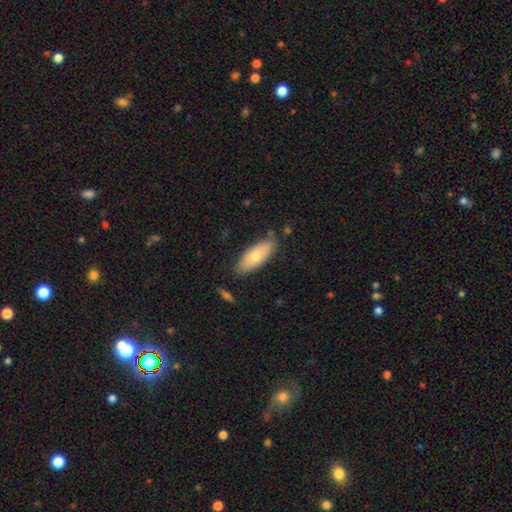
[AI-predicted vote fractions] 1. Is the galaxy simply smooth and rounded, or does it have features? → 68% smooth, 26% featured or disk, 6% star or artifact.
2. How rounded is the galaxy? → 79% in between, 19% cigar-shaped, 2% round.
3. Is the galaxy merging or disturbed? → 82% none, 14% minor disturbance, 2% major disturbance, 2% merger.